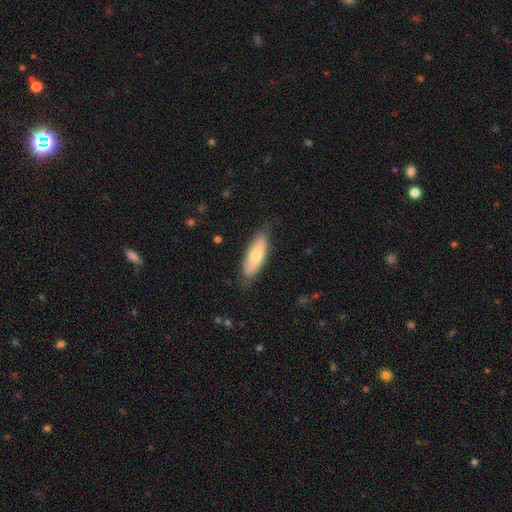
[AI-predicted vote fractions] Smooth or featured: smooth — 65% (featured or disk — 28%)
How rounded: in between — 62% (cigar-shaped — 36%)
Merging: none — 80% (minor disturbance — 16%)